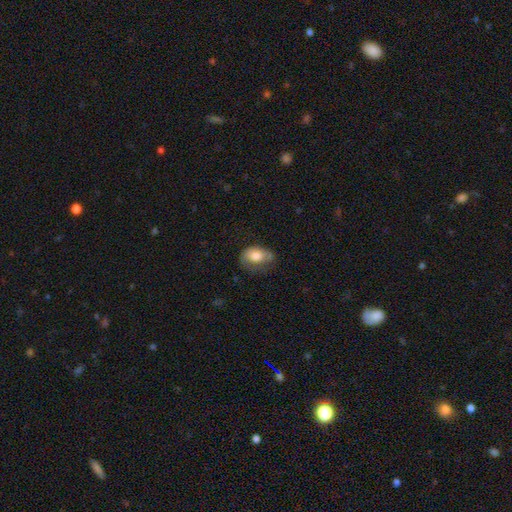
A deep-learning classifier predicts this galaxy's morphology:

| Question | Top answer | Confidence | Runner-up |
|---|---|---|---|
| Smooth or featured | smooth | 69% | featured or disk (24%) |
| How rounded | in between | 80% | round (18%) |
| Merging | none | 41% | minor disturbance (34%) |